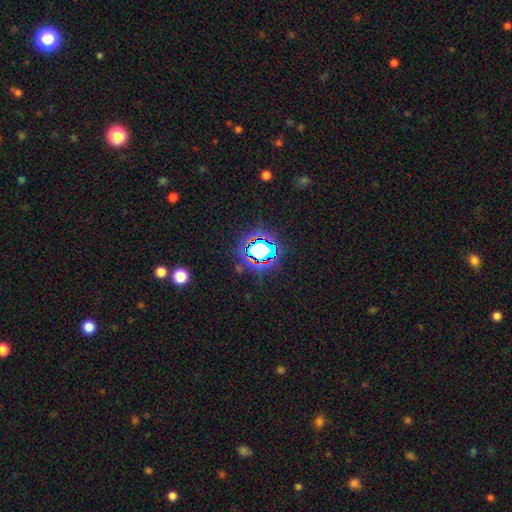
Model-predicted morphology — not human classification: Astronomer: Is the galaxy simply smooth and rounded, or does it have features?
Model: star or artifact — 77%.